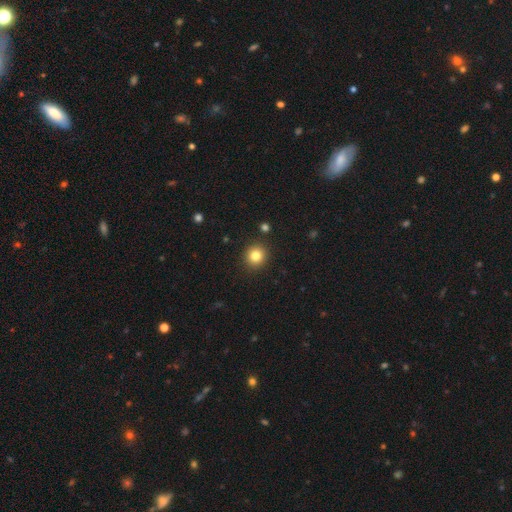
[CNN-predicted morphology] smooth-or-featured: smooth: 82% | star or artifact: 12% | featured or disk: 6%
  how-rounded: round: 91% | in between: 8% | cigar-shaped: 1%
  merging: none: 91% | minor disturbance: 6% | major disturbance: 2% | merger: 2%